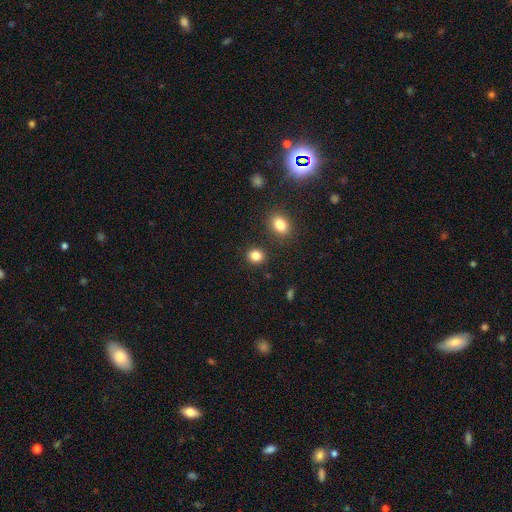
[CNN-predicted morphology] smooth-or-featured: smooth: 85% | star or artifact: 11% | featured or disk: 4%
  how-rounded: round: 69% | in between: 30% | cigar-shaped: 1%
  merging: none: 87% | minor disturbance: 7% | merger: 4% | major disturbance: 2%